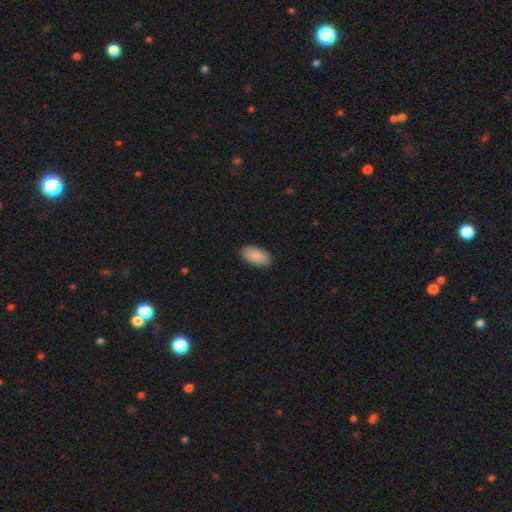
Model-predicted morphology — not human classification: This appears to be a smooth galaxy with no disk features (88%) that is in between round and cigar-shaped (95%). Merging: none (89%).